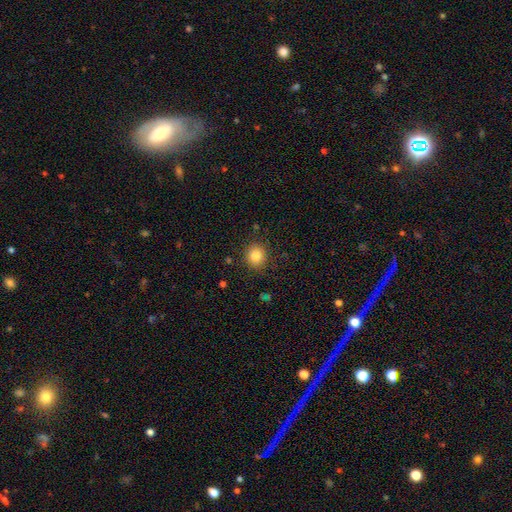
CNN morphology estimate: This appears to be a smooth galaxy with no disk features (83%) that is round (86%). Merging: none (88%).